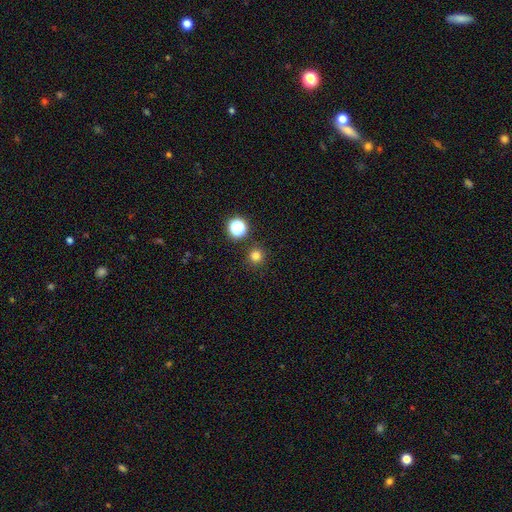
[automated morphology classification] A smooth galaxy with no disk features (78%) that is round (96%).

Vote fractions:
- Smooth or featured? smooth: 78% / star or artifact: 17% / featured or disk: 5%
- How rounded? round: 96% / in between: 3% / cigar-shaped: 1%
- Merging? none: 90% / minor disturbance: 5% / merger: 3% / major disturbance: 2%